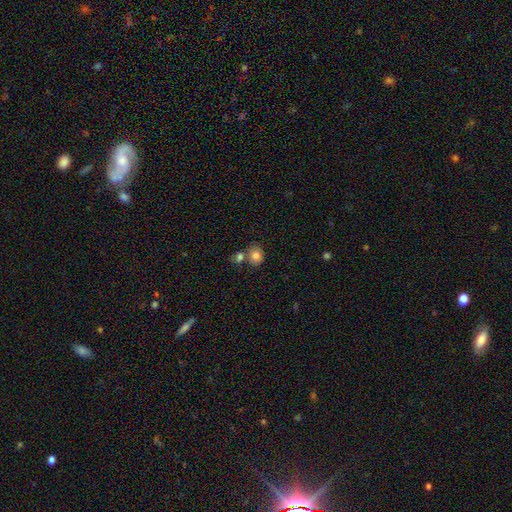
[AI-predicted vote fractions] This appears to be a smooth galaxy with no disk features (82%) that is round (63%). Merging: none (56%).